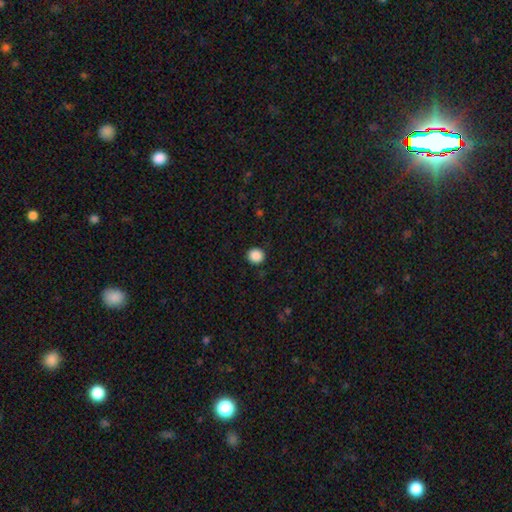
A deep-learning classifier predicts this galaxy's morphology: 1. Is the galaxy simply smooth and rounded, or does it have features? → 89% smooth, 9% star or artifact, 2% featured or disk.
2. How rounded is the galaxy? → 88% round, 11% in between, 1% cigar-shaped.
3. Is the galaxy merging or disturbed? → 92% none, 6% minor disturbance, 2% major disturbance, 1% merger.